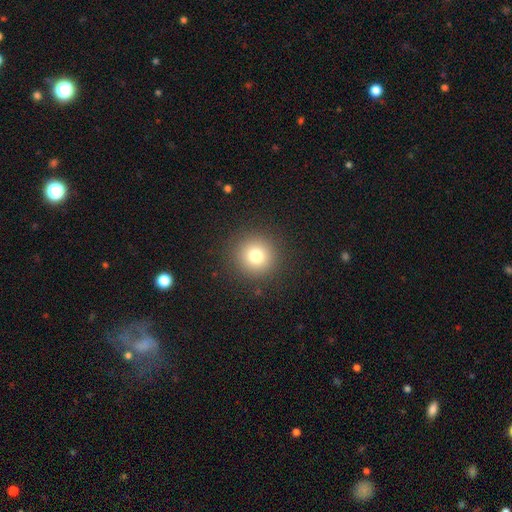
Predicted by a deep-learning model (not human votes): Q: Smooth or featured?
A: smooth (77%); runner-up: star or artifact (13%)
Q: How rounded?
A: round (95%); runner-up: in between (4%)
Q: Merging?
A: none (91%); runner-up: minor disturbance (6%)